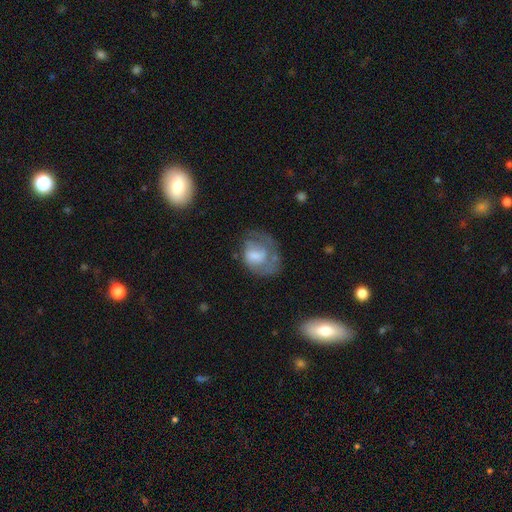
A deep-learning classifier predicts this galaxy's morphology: A featured or disk galaxy (46%, tied with smooth). Merging: none (39%).